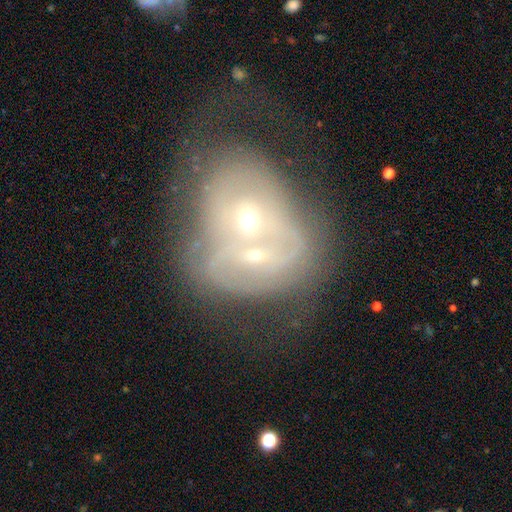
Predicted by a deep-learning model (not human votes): This appears to be a featured or disk galaxy (66%) with no bar (71%), spiral arms (64%) and a small central bulge (69%). Merging: merger (64%).